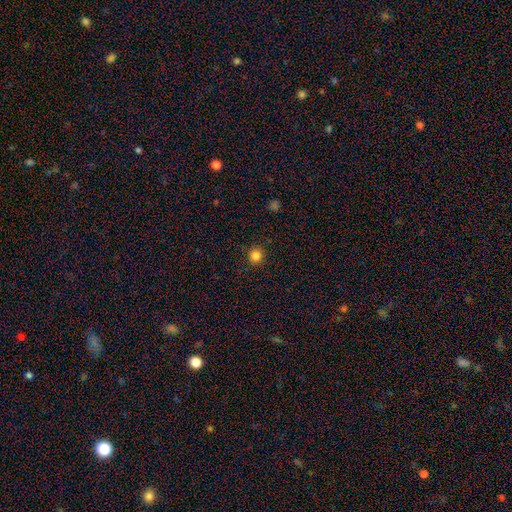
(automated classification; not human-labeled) Q: Smooth or featured?
A: smooth (83%); runner-up: star or artifact (13%)
Q: How rounded?
A: round (92%); runner-up: in between (7%)
Q: Merging?
A: none (90%); runner-up: minor disturbance (7%)